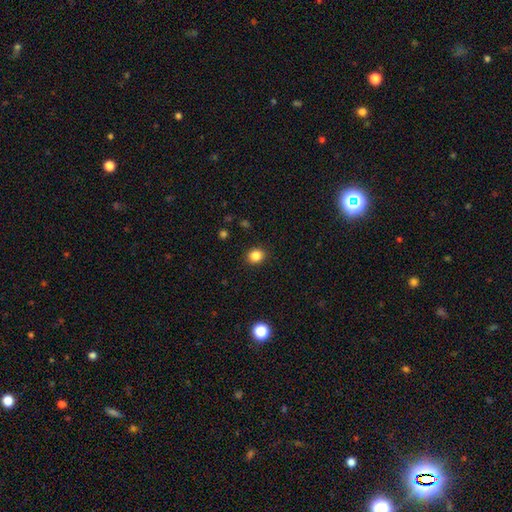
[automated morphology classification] A smooth galaxy with no disk features (85%) that is round (76%).

Vote fractions:
- Smooth or featured? smooth: 85% / star or artifact: 11% / featured or disk: 4%
- How rounded? round: 76% / in between: 23% / cigar-shaped: 1%
- Merging? none: 90% / minor disturbance: 7% / major disturbance: 2% / merger: 1%